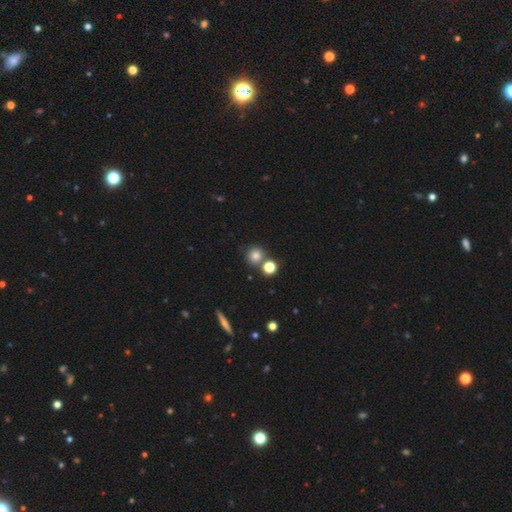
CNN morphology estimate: Smooth or featured: smooth — 80% (star or artifact — 14%)
How rounded: round — 89% (in between — 10%)
Merging: none — 69% (merger — 20%)